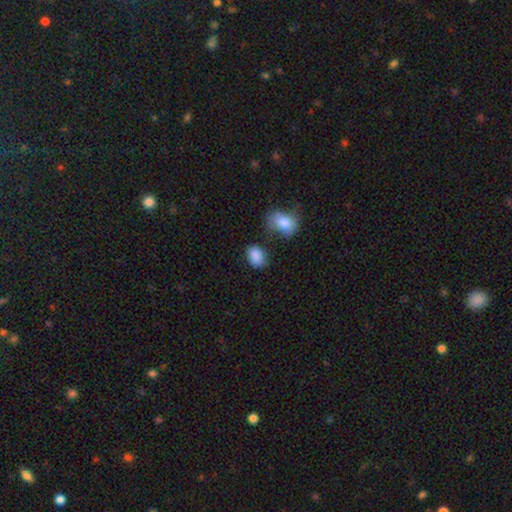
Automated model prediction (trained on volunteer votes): Morphology: type=smooth (87%); roundness=in between (77%); merging=none (68%).